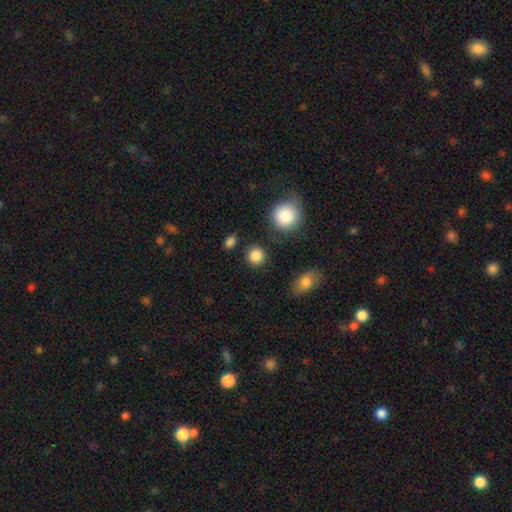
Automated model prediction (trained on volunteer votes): This is clearly a smooth galaxy (86%). How rounded: clearly round (90%). Merging: clearly none (85%).